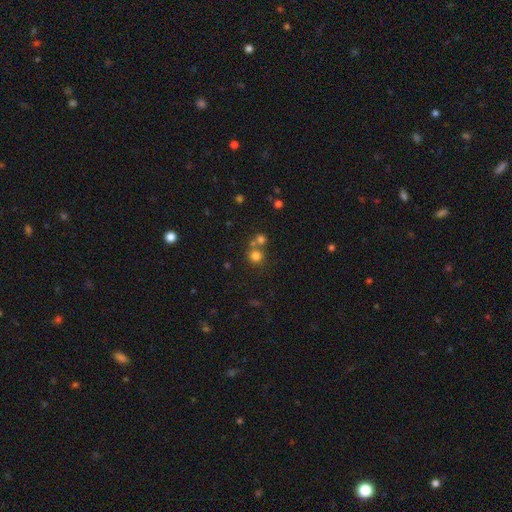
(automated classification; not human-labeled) smooth-or-featured: smooth: 75% | star or artifact: 17% | featured or disk: 8%
  how-rounded: round: 91% | in between: 8% | cigar-shaped: 1%
  merging: none: 61% | merger: 29% | minor disturbance: 6% | major disturbance: 3%